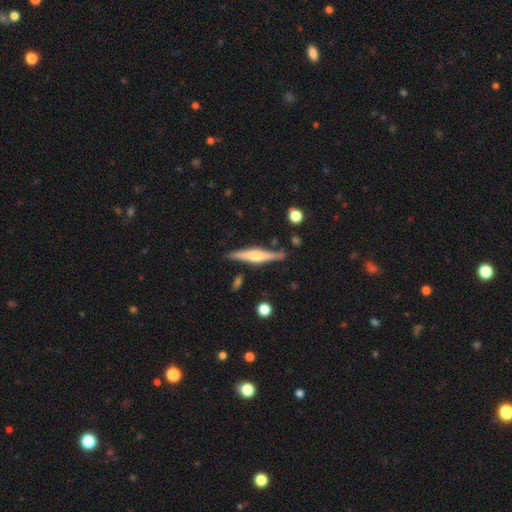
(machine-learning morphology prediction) Smooth or featured? featured or disk (69%)
Edge-on disk? yes (97%)
Edge-on bulge? rounded (76%)
Merging? none (86%)